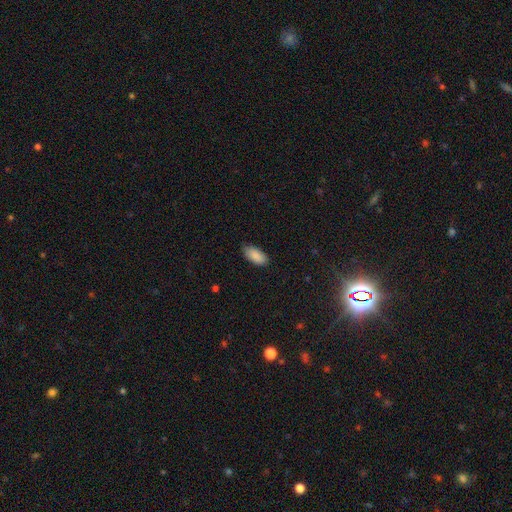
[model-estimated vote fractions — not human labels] Smooth or featured? Predicted: smooth (p=0.89). How rounded? Predicted: in between (p=0.92). Merging? Predicted: none (p=0.83).